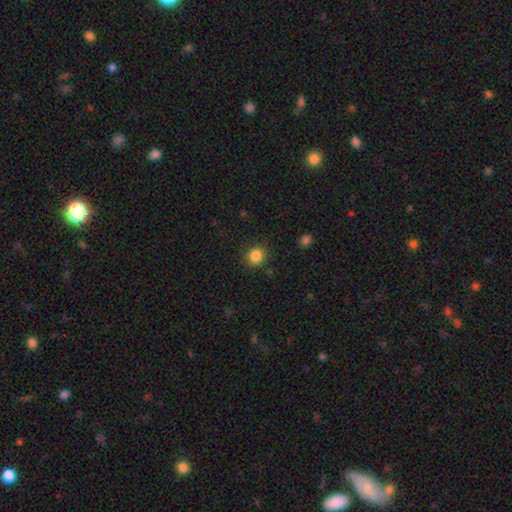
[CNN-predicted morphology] A smooth galaxy with no disk features (86%) that is round (77%). Merging: none (86%).